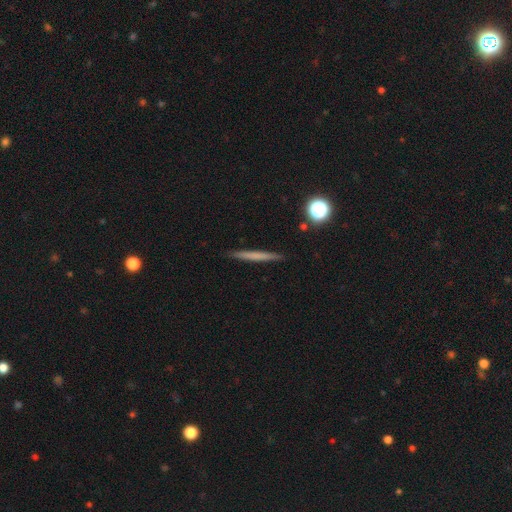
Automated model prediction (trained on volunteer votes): Smooth or featured?
  - smooth: 56% *
  - featured or disk: 36%
  - star or artifact: 8%
How rounded?
  - cigar-shaped: 95% *
  - in between: 3%
  - round: 2%
Merging?
  - none: 91% *
  - minor disturbance: 6%
  - major disturbance: 1%
  - merger: 1%